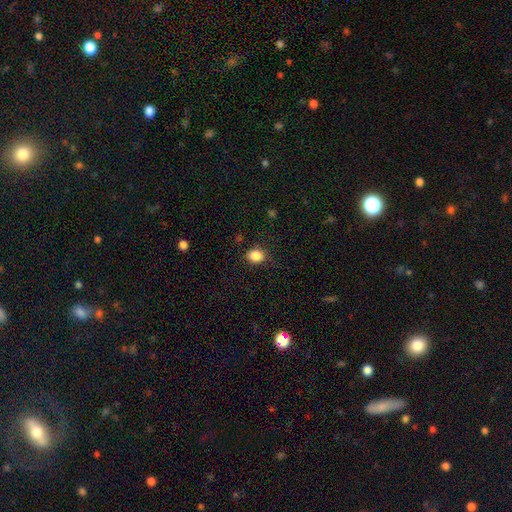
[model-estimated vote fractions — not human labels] Overall: smooth (87%). How rounded: round (51%; in between 48%). Merging: none (83%).